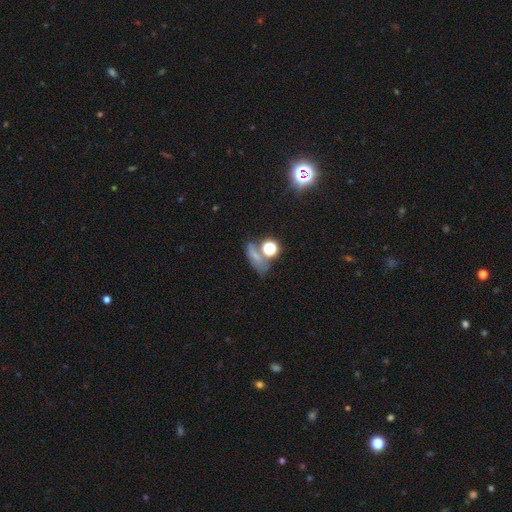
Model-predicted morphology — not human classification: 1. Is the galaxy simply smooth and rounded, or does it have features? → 54% smooth, 28% star or artifact, 18% featured or disk.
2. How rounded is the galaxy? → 55% in between, 30% round, 15% cigar-shaped.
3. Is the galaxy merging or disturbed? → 48% none, 19% merger, 18% minor disturbance, 16% major disturbance.